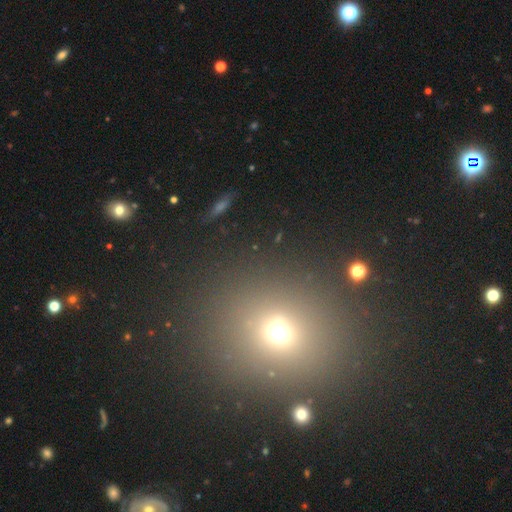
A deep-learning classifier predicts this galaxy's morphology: smooth-or-featured: smooth: 56% | star or artifact: 35% | featured or disk: 9%
  how-rounded: round: 73% | in between: 25% | cigar-shaped: 2%
  merging: none: 88% | minor disturbance: 6% | major disturbance: 3% | merger: 3%